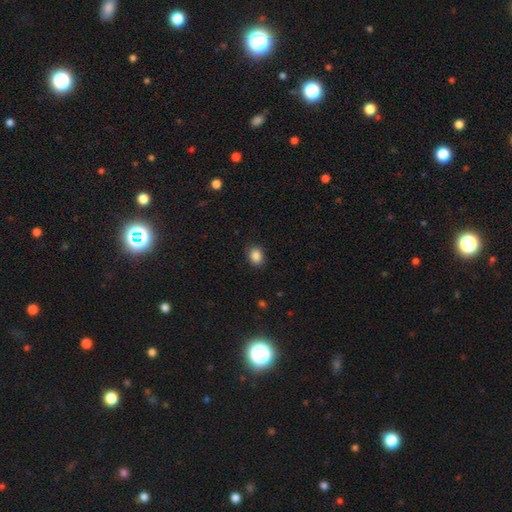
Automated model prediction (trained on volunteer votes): A smooth galaxy with no disk features (87%) that is in between round and cigar-shaped (52%).

Vote fractions:
- Smooth or featured? smooth: 87% / star or artifact: 9% / featured or disk: 4%
- How rounded? in between: 52% / round: 47% / cigar-shaped: 1%
- Merging? none: 84% / minor disturbance: 12% / major disturbance: 3% / merger: 1%